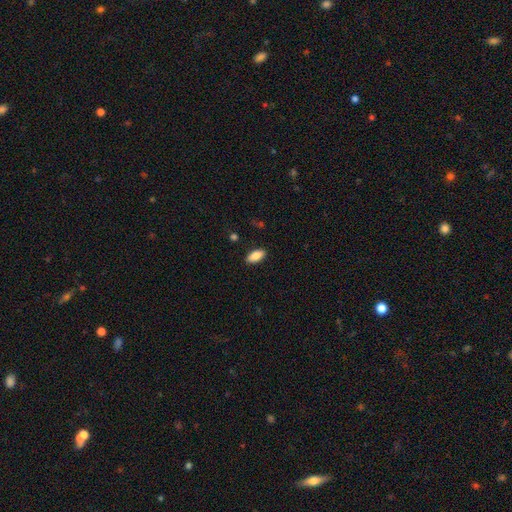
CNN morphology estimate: A smooth galaxy with no disk features (84%) that is in between round and cigar-shaped (90%). Merging: none (89%).